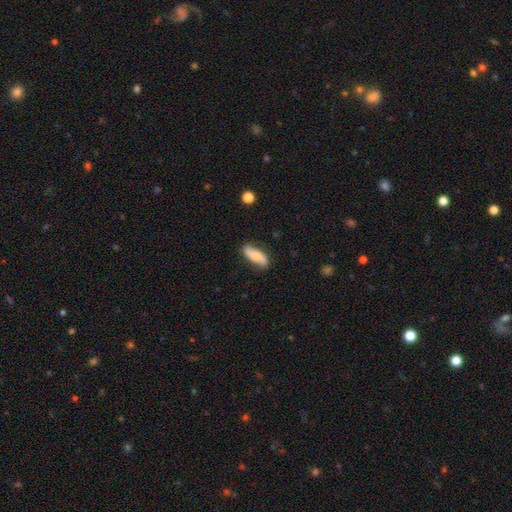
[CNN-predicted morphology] Overall: smooth (64%; featured or disk 30%). How rounded: in between (68%; cigar-shaped 29%). Merging: none (79%).